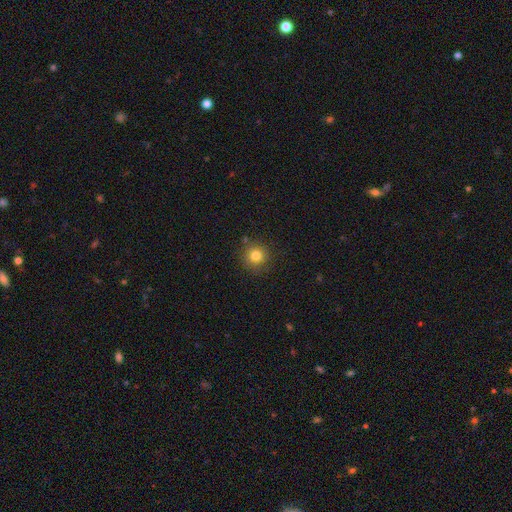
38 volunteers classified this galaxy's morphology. smooth-or-featured: smooth: 84% | featured or disk: 11% | star or artifact: 5%
  how-rounded: round: 100% | in between: 0% | cigar-shaped: 0%
  merging: none: 83% | minor disturbance: 11% | merger: 6% | major disturbance: 0%